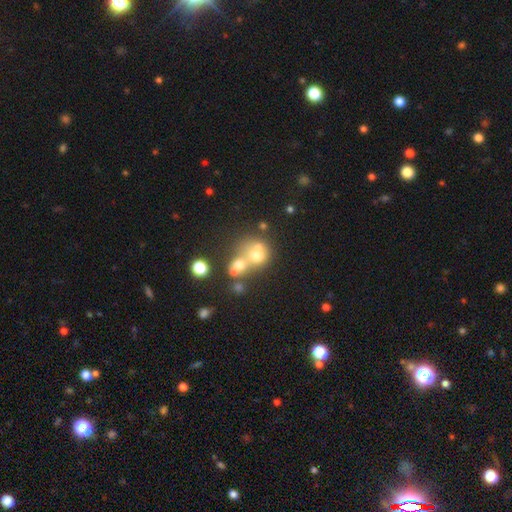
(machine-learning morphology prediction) A smooth galaxy with no disk features (54%) that is round (73%). Merging: merger (59%).